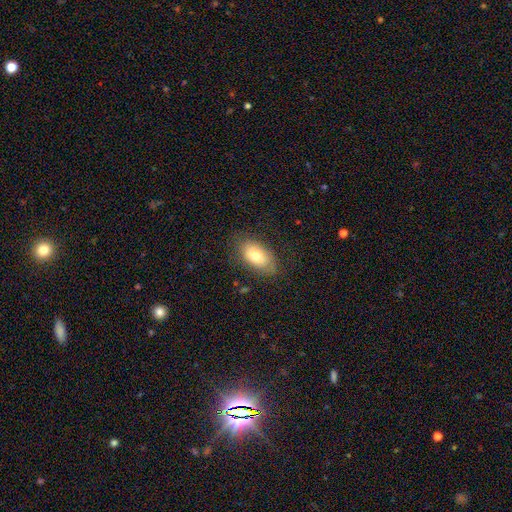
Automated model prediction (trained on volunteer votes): Smooth or featured?
  - smooth: 75% *
  - featured or disk: 18%
  - star or artifact: 8%
How rounded?
  - in between: 92% *
  - round: 5%
  - cigar-shaped: 3%
Merging?
  - none: 77% *
  - minor disturbance: 17%
  - major disturbance: 5%
  - merger: 1%